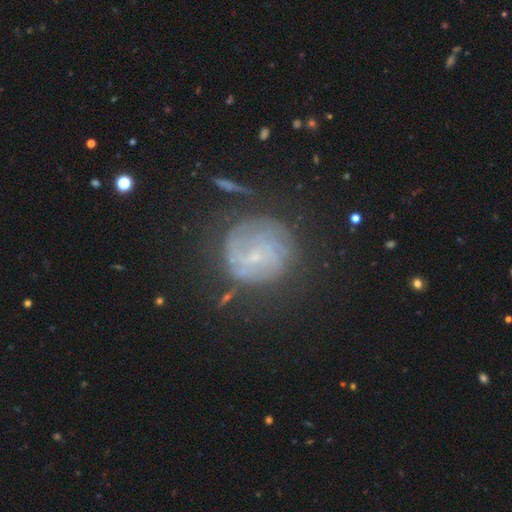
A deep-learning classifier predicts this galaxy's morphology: Smooth or featured? Predicted: featured or disk (p=0.65). Edge-on disk? Predicted: no (p=0.97). Bar? Predicted: no (p=0.54). Spiral arms? Predicted: yes (p=0.80). Spiral winding? Predicted: tight (p=0.57). Spiral arm count? Predicted: can't tell (p=0.49). Bulge size? Predicted: small (p=0.78). Merging? Predicted: none (p=0.62).